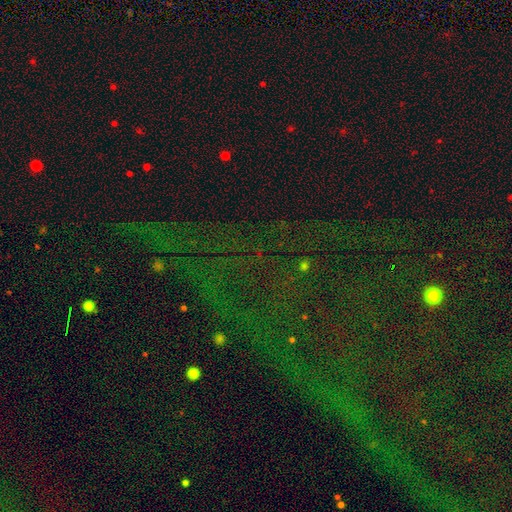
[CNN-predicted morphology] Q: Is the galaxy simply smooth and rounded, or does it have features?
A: star or artifact — 81%.